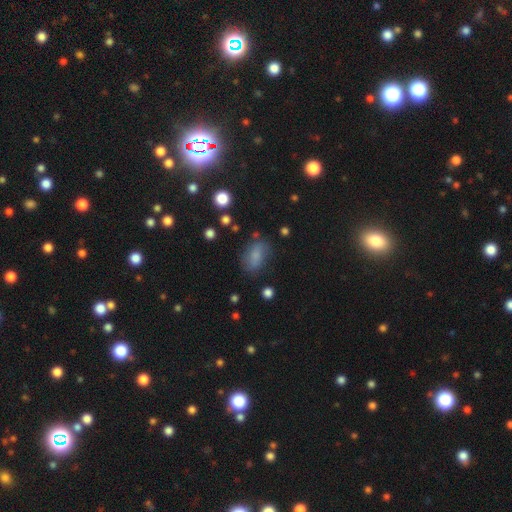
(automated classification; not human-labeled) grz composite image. It shows a smooth galaxy with no disk features (73%) that is in between round and cigar-shaped (85%). Merging: none (66%).